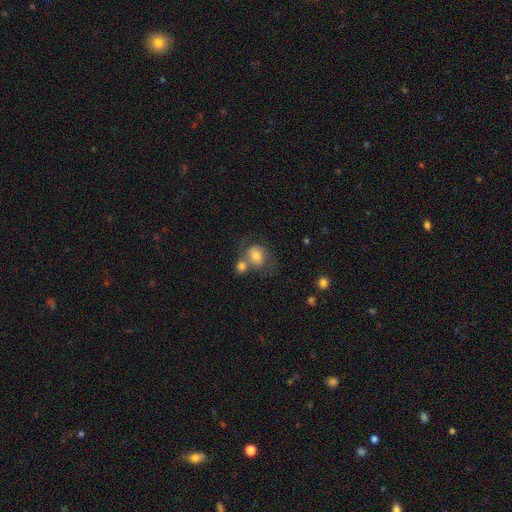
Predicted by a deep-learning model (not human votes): Smooth or featured?
  - smooth: 71% *
  - featured or disk: 19%
  - star or artifact: 9%
How rounded?
  - round: 61% *
  - in between: 38%
  - cigar-shaped: 1%
Merging?
  - merger: 44% *
  - none: 32%
  - minor disturbance: 14%
  - major disturbance: 10%